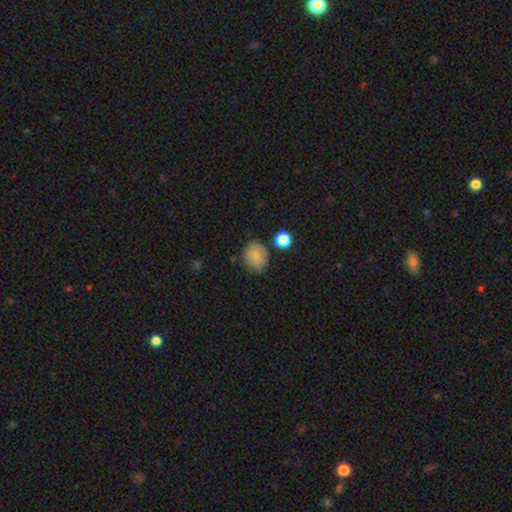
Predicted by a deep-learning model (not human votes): A smooth galaxy with no disk features (79%) that is round (64%).

Vote fractions:
- Smooth or featured? smooth: 79% / featured or disk: 12% / star or artifact: 9%
- How rounded? round: 64% / in between: 35% / cigar-shaped: 1%
- Merging? none: 66% / minor disturbance: 23% / major disturbance: 6% / merger: 5%